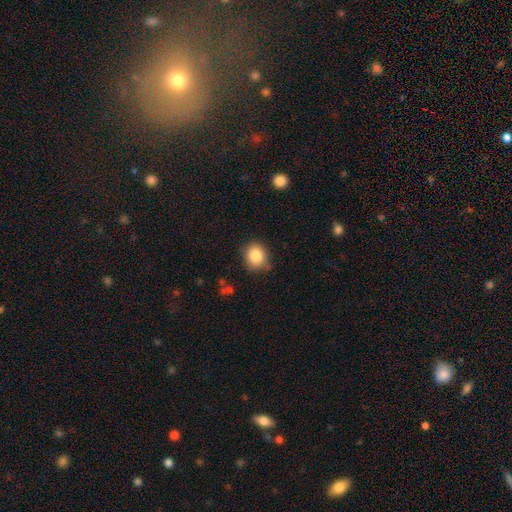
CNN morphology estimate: smooth_or_featured: smooth (p=0.85) [alt: star or artifact p=0.09]
how_rounded: round (p=0.76) [alt: in between p=0.23]
merging: none (p=0.76) [alt: minor disturbance p=0.18]